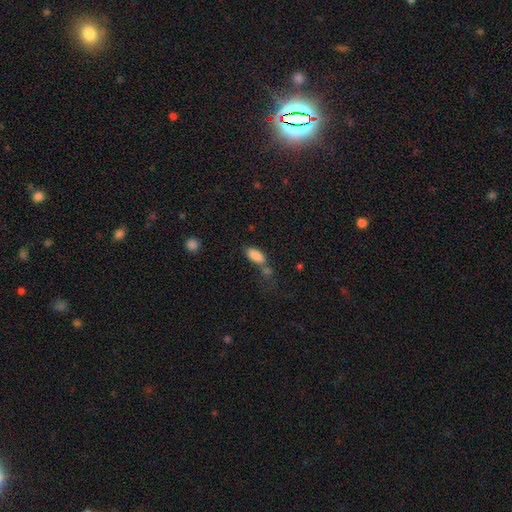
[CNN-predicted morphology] The model was most divided on "merging": none: 47%, merger: 25%, minor disturbance: 19%, major disturbance: 9%. More confident: how rounded — in between (87%); smooth or featured — smooth (86%).